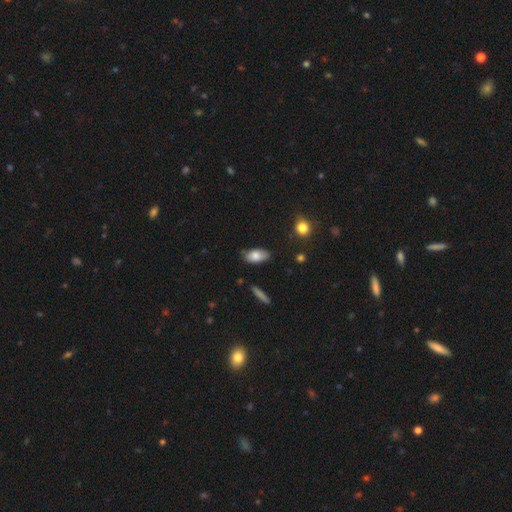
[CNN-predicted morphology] This is clearly a smooth galaxy (82%). How rounded: clearly in between (91%). Merging: likely none (74%).